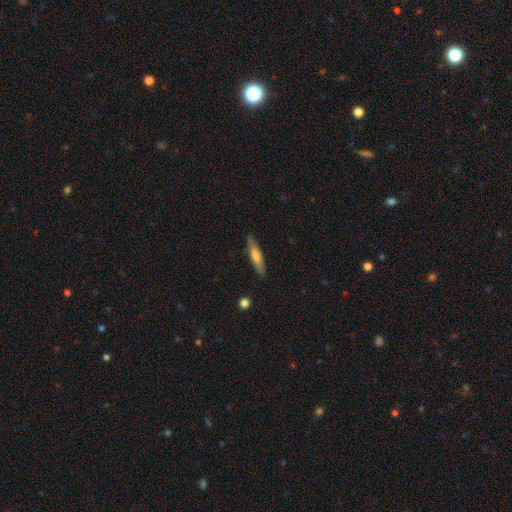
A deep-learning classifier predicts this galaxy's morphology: Smooth or featured? Predicted: smooth (p=0.58). How rounded? Predicted: cigar-shaped (p=0.83). Merging? Predicted: none (p=0.88).